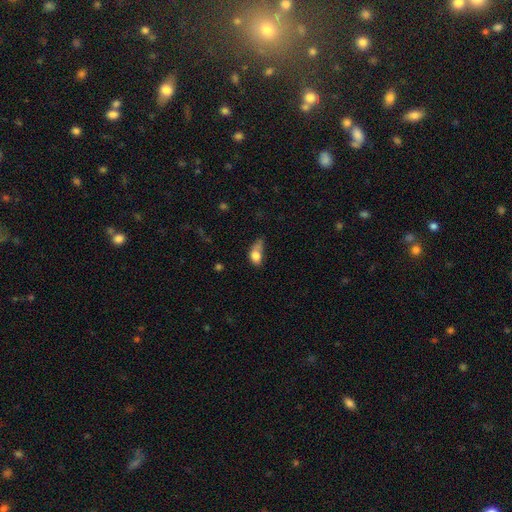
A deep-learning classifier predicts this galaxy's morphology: The model was most divided on "merging": minor disturbance: 32%, major disturbance: 28%, none: 25%, merger: 15%. More confident: how rounded — in between (77%); smooth or featured — smooth (76%).